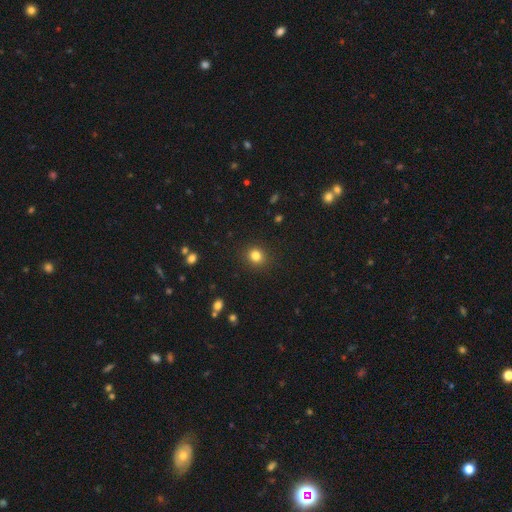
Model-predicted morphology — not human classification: Smooth or featured? Predicted: smooth (p=0.83). How rounded? Predicted: round (p=0.80). Merging? Predicted: none (p=0.90).